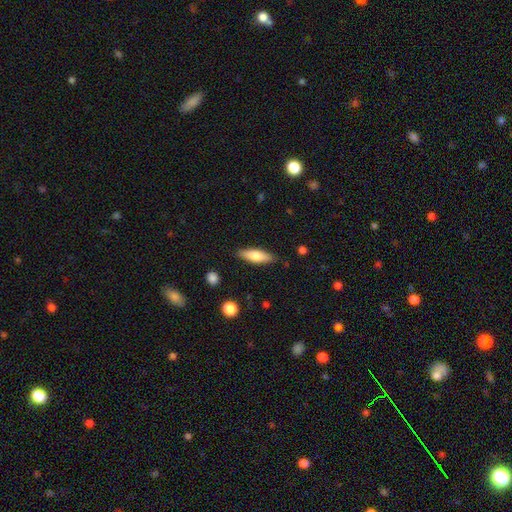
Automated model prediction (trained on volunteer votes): Smooth or featured: smooth — 72% (featured or disk — 22%)
How rounded: cigar-shaped — 53% (in between — 45%)
Merging: none — 86% (minor disturbance — 11%)